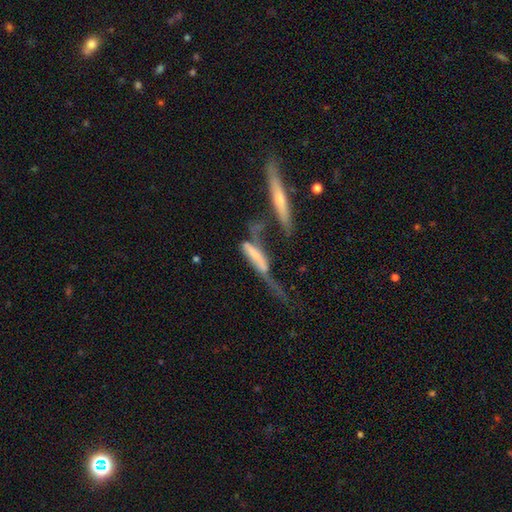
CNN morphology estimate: smooth-or-featured: featured or disk: 46% | smooth: 44% | star or artifact: 10%
  merging: major disturbance: 36% | merger: 33% | none: 17% | minor disturbance: 15%